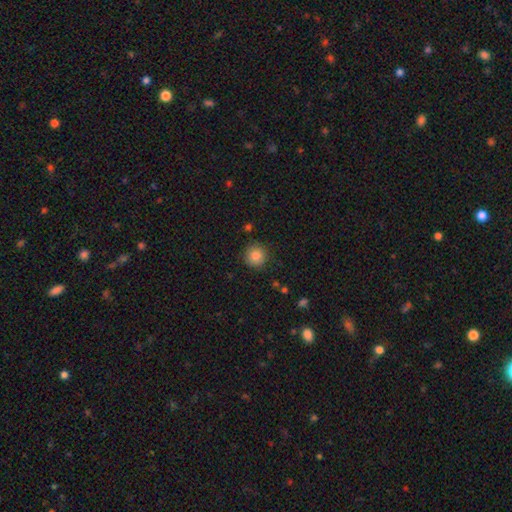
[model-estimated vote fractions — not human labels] The model was most divided on "smooth or featured": smooth: 85%, star or artifact: 10%, featured or disk: 5%. More confident: how rounded — round (94%); merging — none (88%).